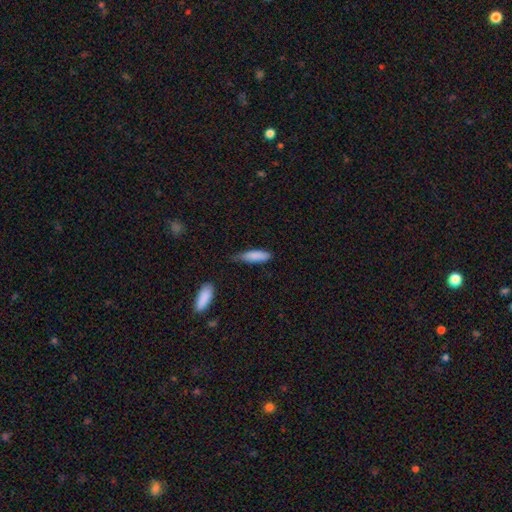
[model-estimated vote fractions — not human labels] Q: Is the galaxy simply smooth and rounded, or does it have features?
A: smooth — 86%.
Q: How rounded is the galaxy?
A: cigar-shaped — 52%.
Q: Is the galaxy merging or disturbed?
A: none — 49%.